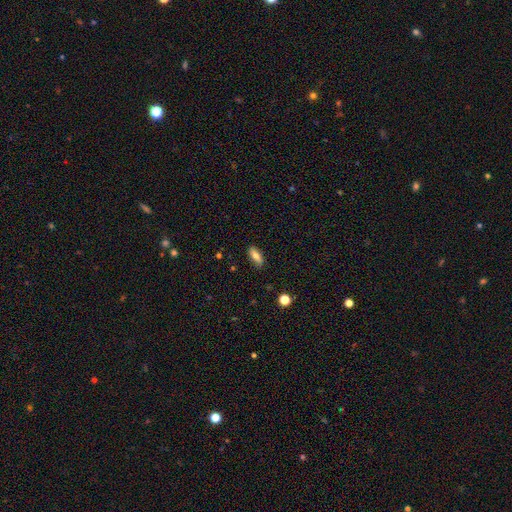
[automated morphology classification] smooth_or_featured: smooth (p=0.73) [alt: featured or disk p=0.19]
how_rounded: in between (p=0.68) [alt: cigar-shaped p=0.28]
merging: none (p=0.85) [alt: minor disturbance p=0.11]